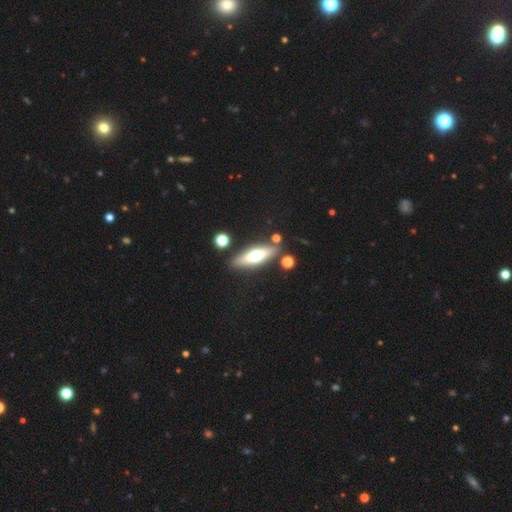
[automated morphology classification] smooth-or-featured: featured or disk: 47% | smooth: 46% | star or artifact: 7%
  merging: none: 83% | minor disturbance: 10% | merger: 5% | major disturbance: 3%